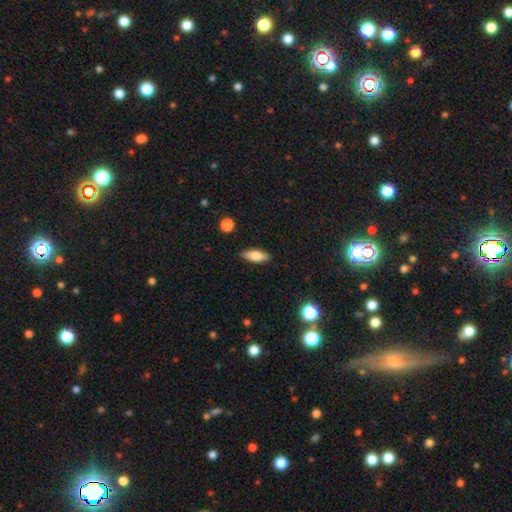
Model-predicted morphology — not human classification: This is likely a smooth galaxy (74%). How rounded: likely in between (67%). Merging: clearly none (87%).